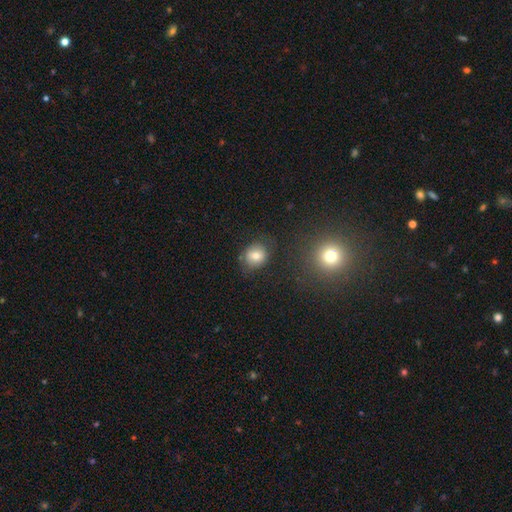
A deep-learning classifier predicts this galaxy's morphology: This is likely a smooth galaxy (76%). How rounded: likely round (67%). Merging: likely none (76%).